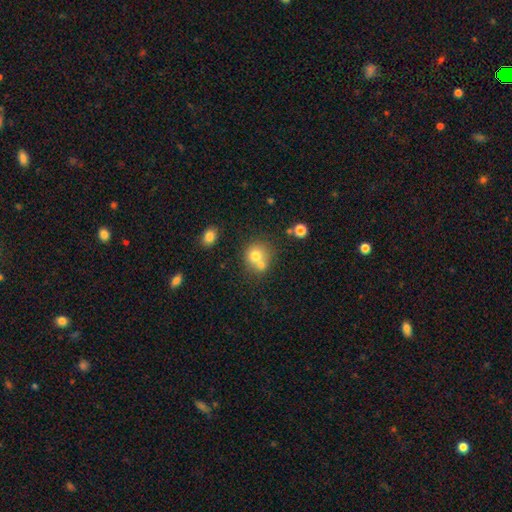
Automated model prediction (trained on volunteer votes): Overall: smooth (72%). How rounded: round (81%). Merging: none (44%, tied with merger).